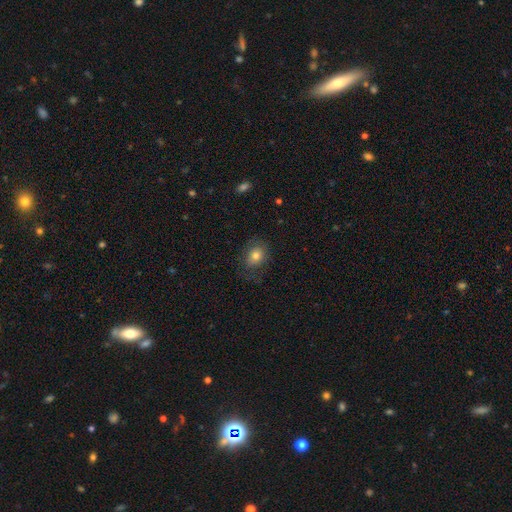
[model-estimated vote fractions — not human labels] A smooth galaxy with no disk features (75%) that is in between round and cigar-shaped (50%).

Vote fractions:
- Smooth or featured? smooth: 75% / featured or disk: 15% / star or artifact: 10%
- How rounded? in between: 50% / round: 49% / cigar-shaped: 1%
- Merging? none: 70% / minor disturbance: 18% / major disturbance: 10% / merger: 1%